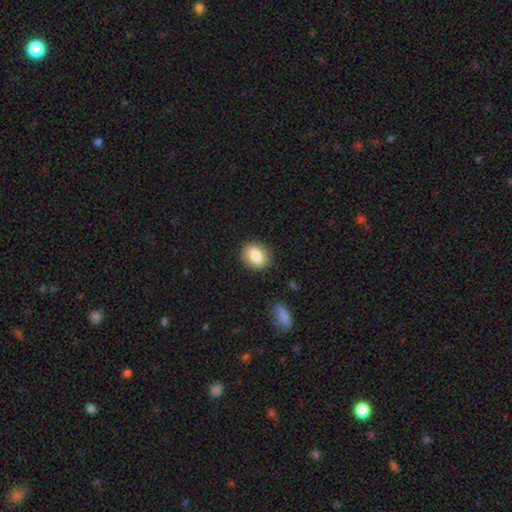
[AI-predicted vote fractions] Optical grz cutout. It shows a smooth galaxy with no disk features (81%) that is round (53%). Merging: none (86%).